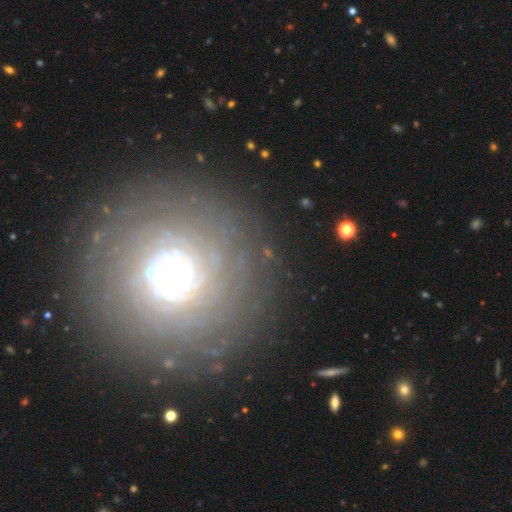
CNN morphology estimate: Smooth or featured: featured or disk — 58% (smooth — 27%)
Edge-on disk: no — 95% (yes — 5%)
Bar: no — 57% (weak — 30%)
Spiral arms: yes — 60% (no — 40%)
Bulge size: moderate — 45% (small — 30%)
Merging: none — 85% (minor disturbance — 9%)